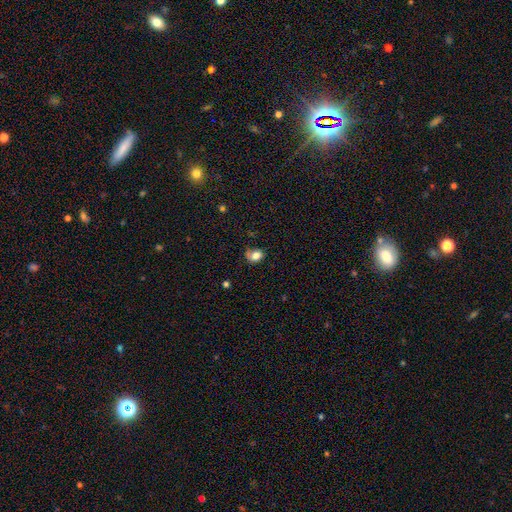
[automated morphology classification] type=smooth (77%); roundness=in between (53%); merging=none (51%).